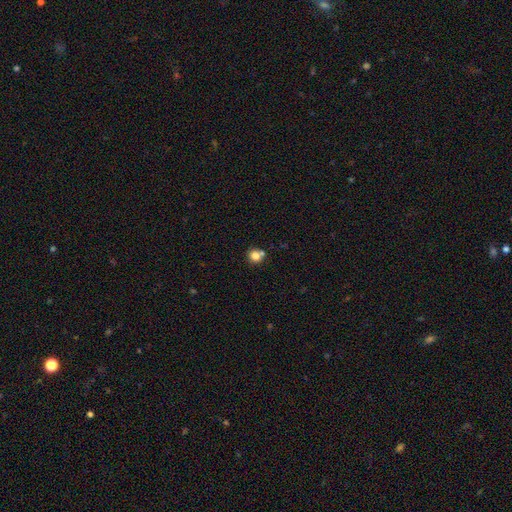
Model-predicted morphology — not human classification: Smooth or featured? smooth (80%)
How rounded? round (91%)
Merging? none (68%)